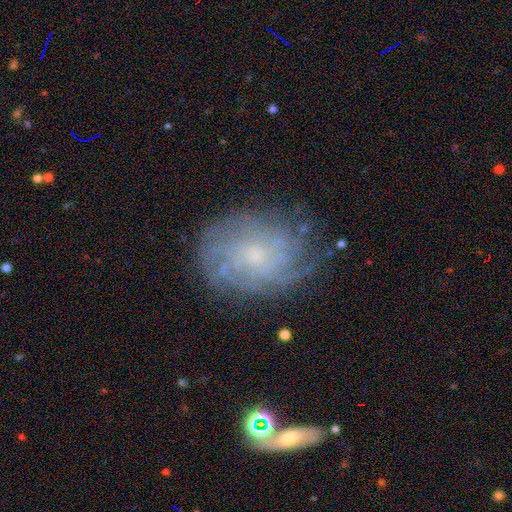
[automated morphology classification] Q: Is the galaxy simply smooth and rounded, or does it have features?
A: featured or disk — 71%.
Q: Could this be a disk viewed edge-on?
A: no — 97%.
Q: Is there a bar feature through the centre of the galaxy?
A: no — 78%.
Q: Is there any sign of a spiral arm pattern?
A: yes — 88%.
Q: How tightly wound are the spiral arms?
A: tight — 65%.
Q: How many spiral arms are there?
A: can't tell — 51%.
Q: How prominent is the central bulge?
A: small — 65%.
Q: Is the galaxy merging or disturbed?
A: none — 73%.